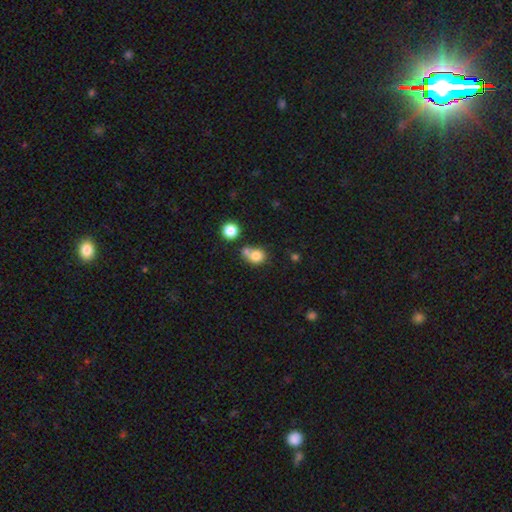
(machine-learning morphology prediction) type=smooth (80%); roundness=round (73%); merging=none (43%).